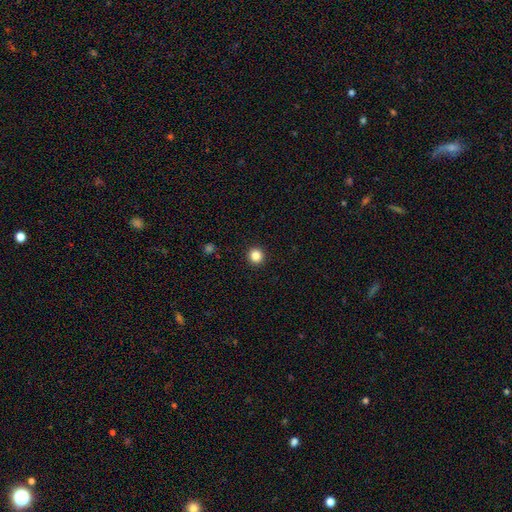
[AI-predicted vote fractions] This appears to be a smooth galaxy with no disk features (85%) that is round (94%). Merging: none (93%).